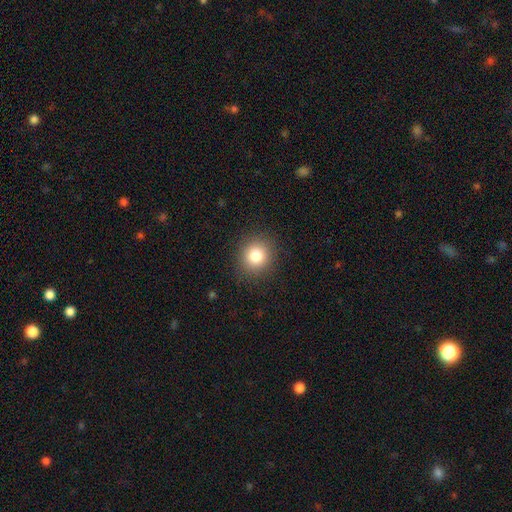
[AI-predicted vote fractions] This appears to be a smooth galaxy with no disk features (82%) that is round (86%). Merging: none (90%).